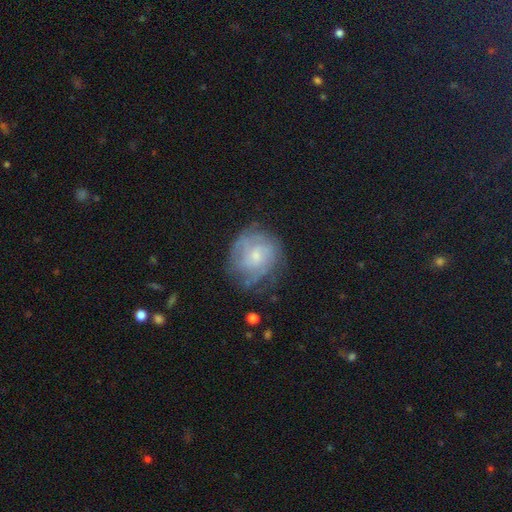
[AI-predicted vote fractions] Smooth or featured? featured or disk (61%)
Edge-on disk? no (97%)
Bar? no (70%)
Spiral arms? yes (78%)
Bulge size? small (58%)
Merging? none (63%)